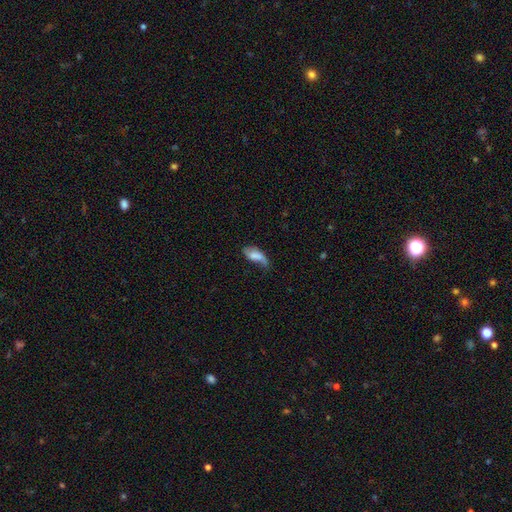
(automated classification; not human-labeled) Smooth or featured?
  - smooth: 57% *
  - featured or disk: 35%
  - star or artifact: 8%
How rounded?
  - in between: 85% *
  - cigar-shaped: 12%
  - round: 3%
Merging?
  - none: 36% * (tied)
  - minor disturbance: 36% * (tied)
  - major disturbance: 24%
  - merger: 4%